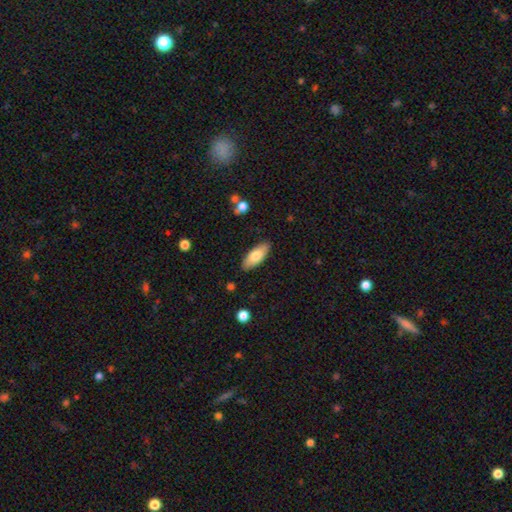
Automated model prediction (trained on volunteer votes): Q: Smooth or featured?
A: smooth (76%); runner-up: featured or disk (18%)
Q: How rounded?
A: in between (78%); runner-up: cigar-shaped (20%)
Q: Merging?
A: none (87%); runner-up: minor disturbance (10%)